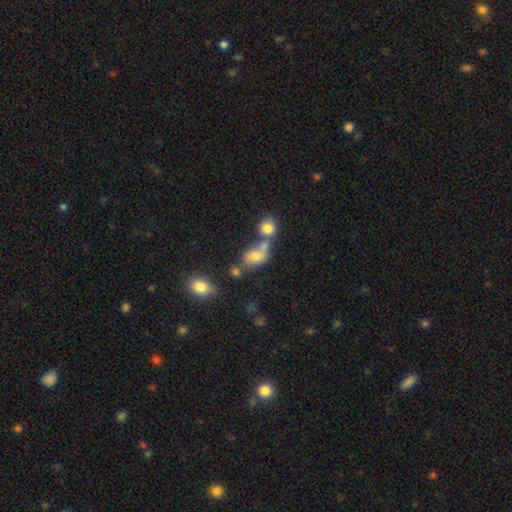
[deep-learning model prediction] Smooth or featured? Predicted: smooth (p=0.61). How rounded? Predicted: in between (p=0.59). Merging? Predicted: merger (p=0.45).